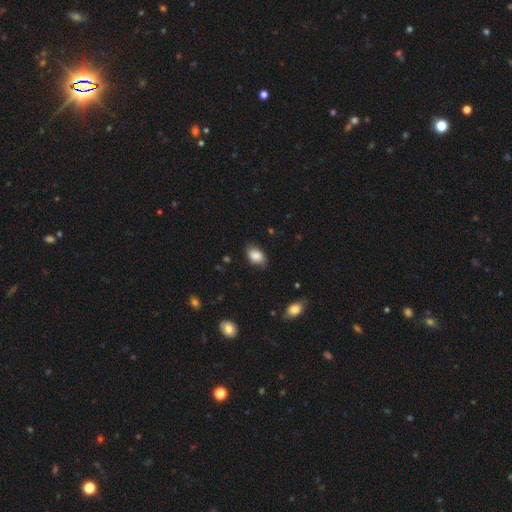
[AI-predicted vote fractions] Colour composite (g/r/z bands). It shows a smooth galaxy with no disk features (87%) that is in between round and cigar-shaped (88%). Merging: none (81%).